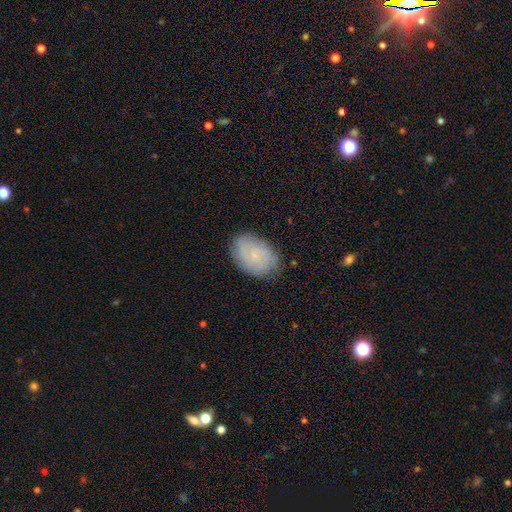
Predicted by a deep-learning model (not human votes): Morphology: type=smooth (52%); roundness=in between (85%); merging=none (78%).